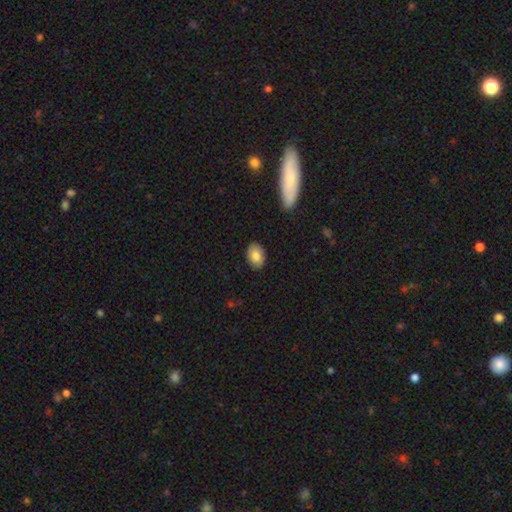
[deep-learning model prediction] Morphology: type=smooth (83%); roundness=in between (83%); merging=none (89%).